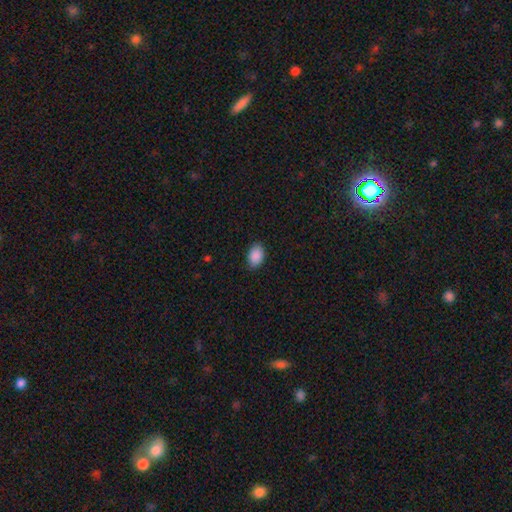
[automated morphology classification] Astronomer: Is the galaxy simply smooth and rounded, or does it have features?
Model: smooth — 90%.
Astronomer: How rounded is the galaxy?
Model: in between — 88%.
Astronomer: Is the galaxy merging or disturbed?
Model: none — 86%.